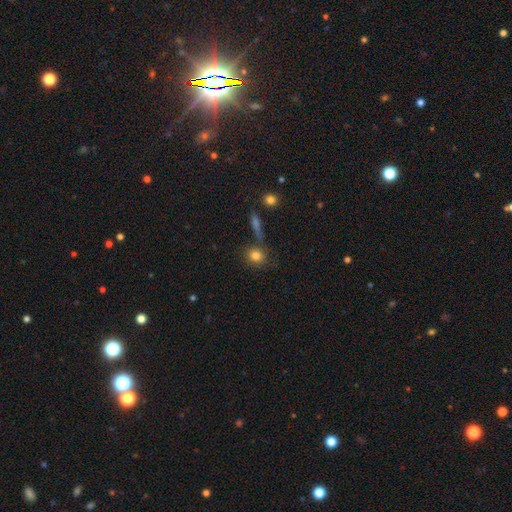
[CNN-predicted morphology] smooth 81%, star or artifact 10%, featured or disk 9%. Down the decision tree: how rounded — round (72%); merging — none (71%).